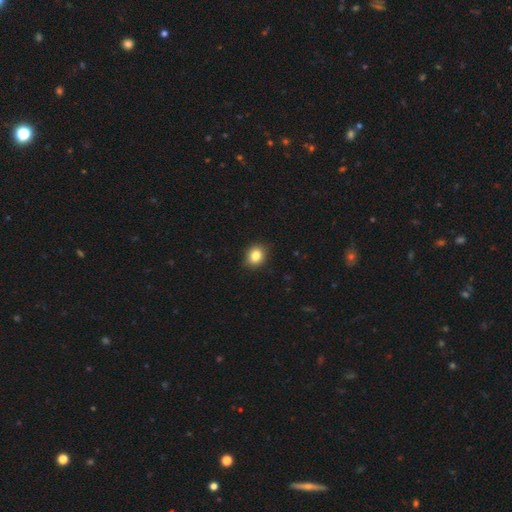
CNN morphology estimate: Q: Smooth or featured?
A: smooth (84%); runner-up: star or artifact (10%)
Q: How rounded?
A: round (58%); runner-up: in between (41%)
Q: Merging?
A: none (90%); runner-up: minor disturbance (8%)